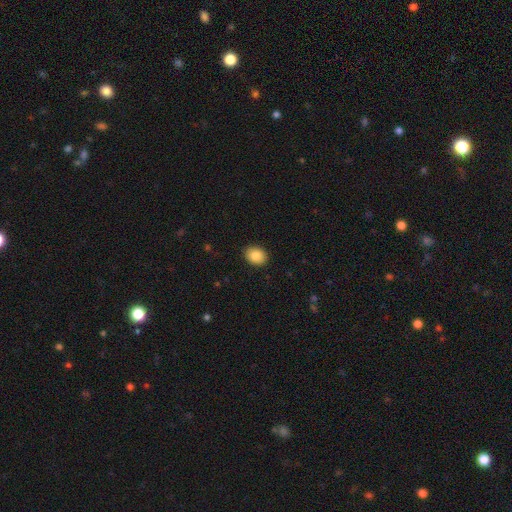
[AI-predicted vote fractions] The model was most divided on "how rounded": in between: 54%, round: 45%, cigar-shaped: 1%. More confident: merging — none (90%); smooth or featured — smooth (86%).